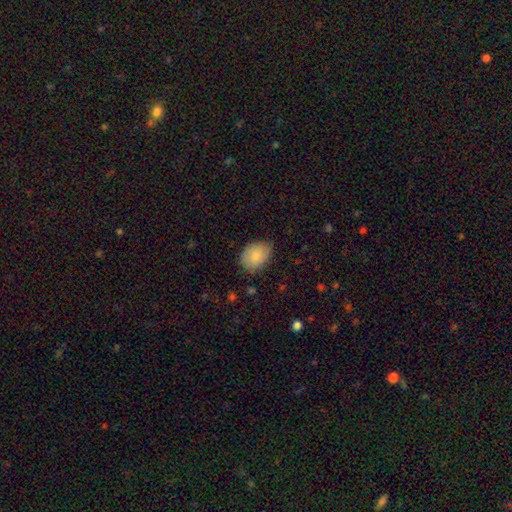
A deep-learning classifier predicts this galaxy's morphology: This appears to be a smooth galaxy with no disk features (85%) that is in between round and cigar-shaped (74%). Merging: none (78%).